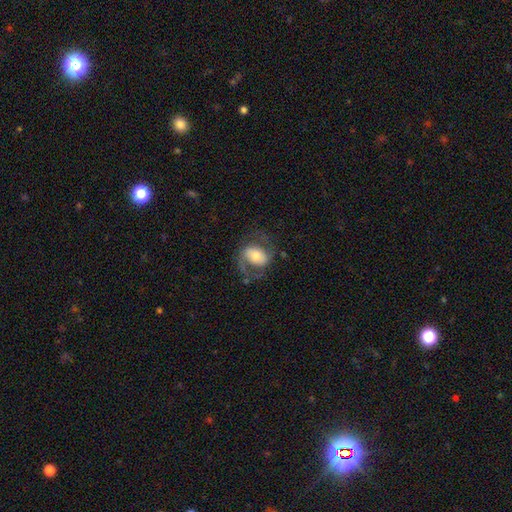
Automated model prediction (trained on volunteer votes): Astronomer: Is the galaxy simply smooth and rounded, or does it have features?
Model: featured or disk — 64%.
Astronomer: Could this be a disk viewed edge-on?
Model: no — 96%.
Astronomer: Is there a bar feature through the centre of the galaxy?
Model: no — 44% (runner-up: weak, 34%).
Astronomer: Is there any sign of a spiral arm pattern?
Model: yes — 85%.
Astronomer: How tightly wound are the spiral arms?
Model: medium — 49% (runner-up: loose, 33%).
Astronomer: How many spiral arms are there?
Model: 2 — 78%.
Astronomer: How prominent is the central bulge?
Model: moderate — 55%.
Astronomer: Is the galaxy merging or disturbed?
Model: none — 57%.